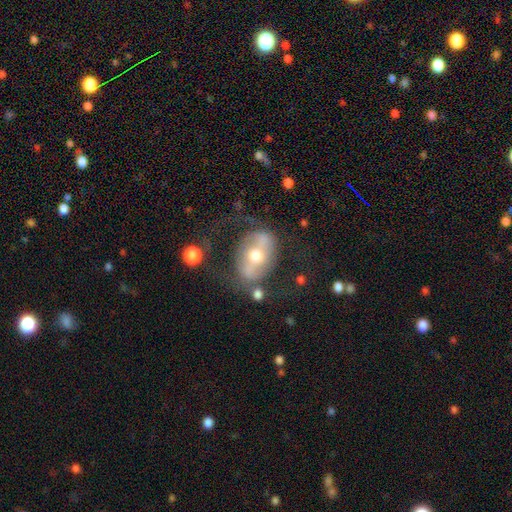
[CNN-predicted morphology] A featured or disk galaxy (65%) with a strong bar (46%), no spiral arms (55%) and a moderate central bulge (72%). Merging: none (59%).